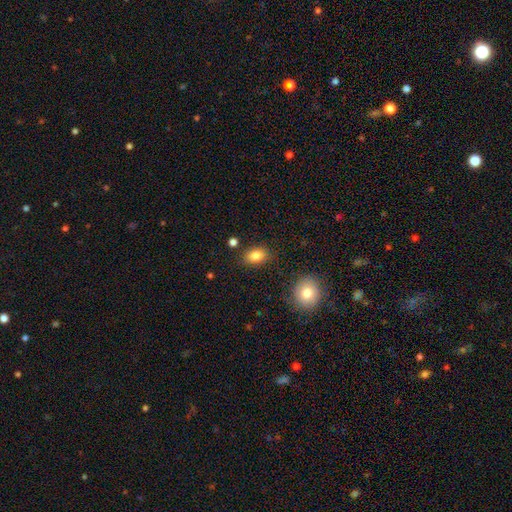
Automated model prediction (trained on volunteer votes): The model was most divided on "how rounded": in between: 80%, round: 18%, cigar-shaped: 1%. More confident: smooth or featured — smooth (85%); merging — none (83%).